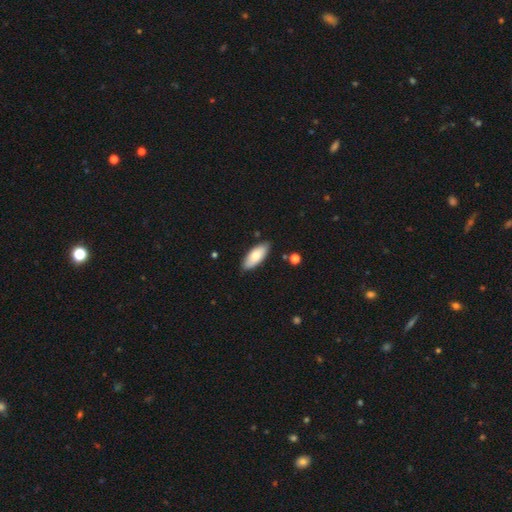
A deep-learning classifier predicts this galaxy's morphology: The model was most divided on "smooth or featured": smooth: 78%, featured or disk: 16%, star or artifact: 6%. More confident: merging — none (85%); how rounded — in between (83%).